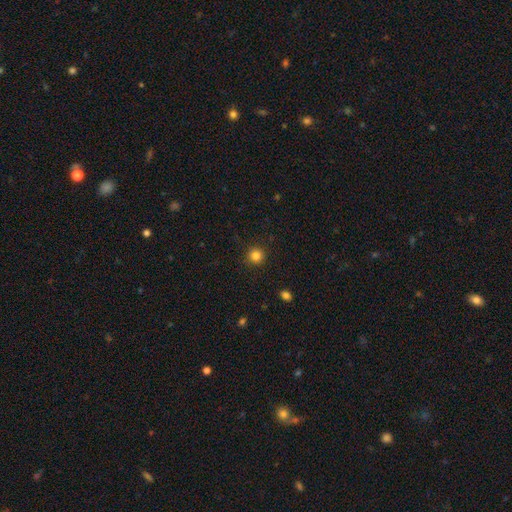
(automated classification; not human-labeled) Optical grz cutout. It shows a smooth galaxy with no disk features (83%) that is round (94%). Merging: none (91%).